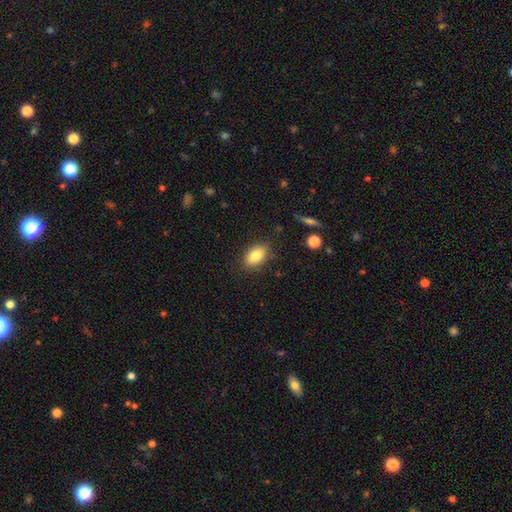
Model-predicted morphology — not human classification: A smooth galaxy with no disk features (83%) that is in between round and cigar-shaped (88%). Merging: none (84%).